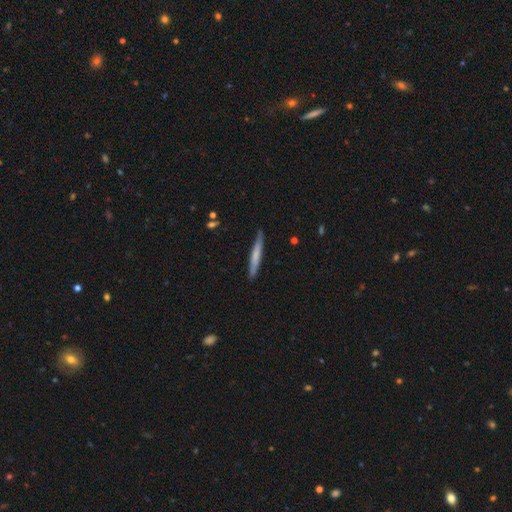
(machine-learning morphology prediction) A smooth galaxy with no disk features (58%) that is cigar-shaped (96%). Merging: none (88%).